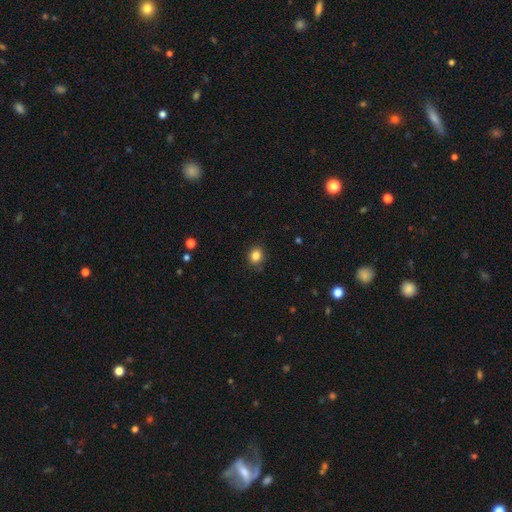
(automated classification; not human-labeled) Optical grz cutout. It shows a smooth galaxy with no disk features (84%) that is round (67%). Merging: none (87%).